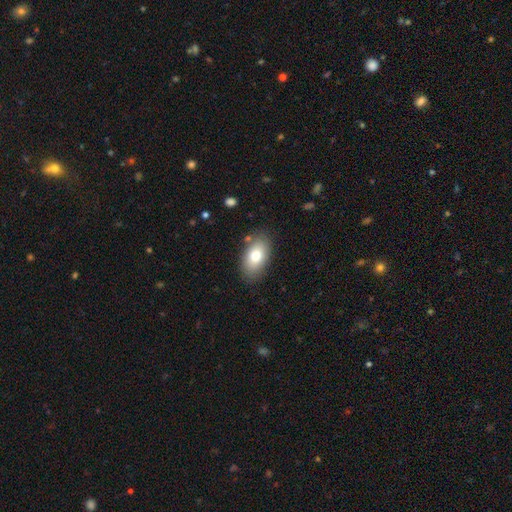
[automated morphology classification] This is likely a smooth galaxy (75%). How rounded: clearly in between (92%). Merging: clearly none (83%).